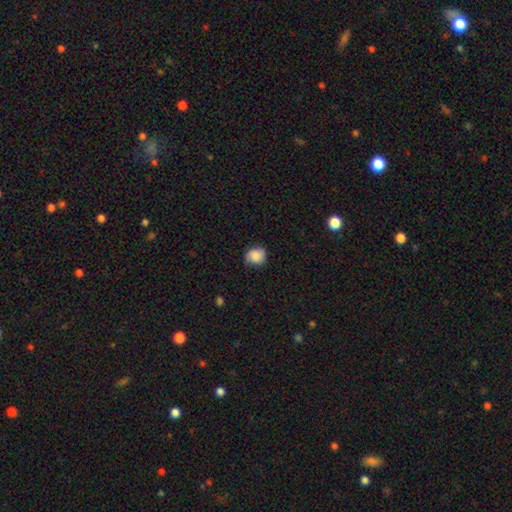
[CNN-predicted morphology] smooth-or-featured: smooth: 81% | featured or disk: 11% | star or artifact: 8%
  how-rounded: round: 76% | in between: 23% | cigar-shaped: 1%
  merging: none: 73% | minor disturbance: 21% | major disturbance: 5% | merger: 1%